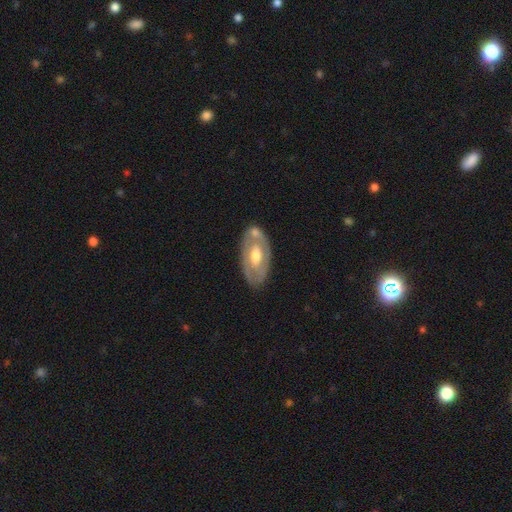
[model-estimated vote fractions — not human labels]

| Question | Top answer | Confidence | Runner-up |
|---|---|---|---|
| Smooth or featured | featured or disk | 67% | smooth (28%) |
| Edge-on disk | no | 89% | yes (11%) |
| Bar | no | 60% | weak (27%) |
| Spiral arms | no | 62% | yes (38%) |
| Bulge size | moderate | 67% | large (17%) |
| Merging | none | 70% | minor disturbance (16%) |